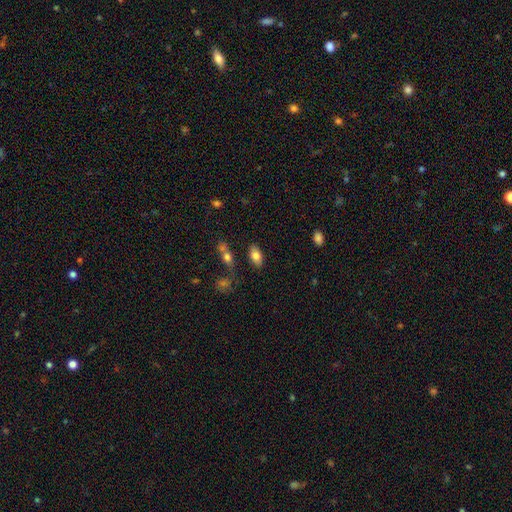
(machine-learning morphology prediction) Smooth or featured? smooth (80%)
How rounded? in between (91%)
Merging? none (80%)